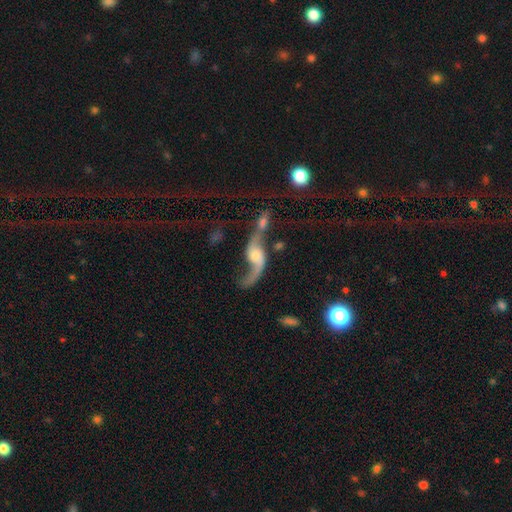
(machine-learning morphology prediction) Overall: featured or disk (84%). Edge-on disk: no (92%). Bar: no (59%; weak 32%). Spiral arms: yes (92%). Spiral arm count: 2 (85%). Spiral winding: loose (91%). Bulge size: moderate (40%; small 31%). Merging: merger (37%; none 34%).